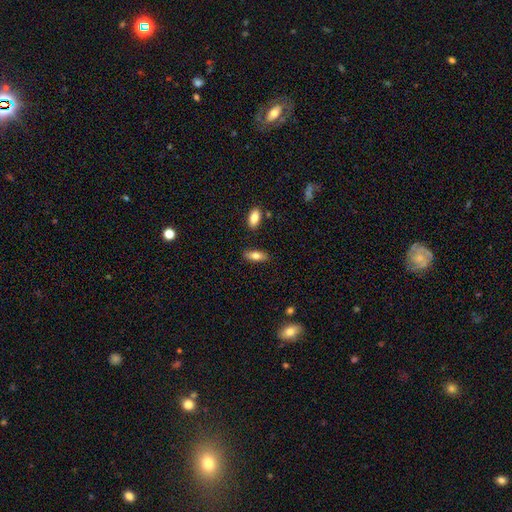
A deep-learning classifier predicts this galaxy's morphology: This is likely a smooth galaxy (75%). How rounded: likely in between (74%). Merging: clearly none (85%).